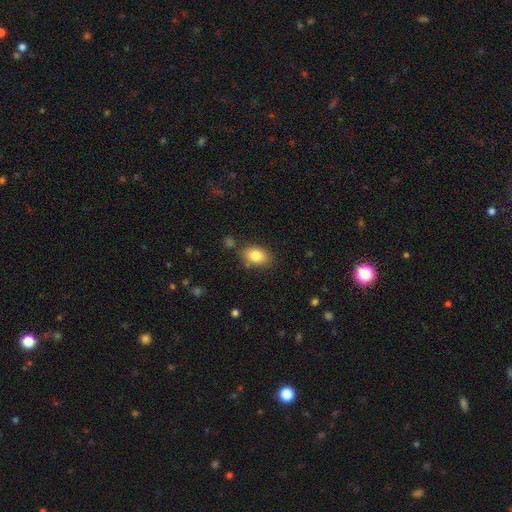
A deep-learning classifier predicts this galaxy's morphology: Q: Smooth or featured?
A: smooth (83%); runner-up: featured or disk (8%)
Q: How rounded?
A: in between (84%); runner-up: round (15%)
Q: Merging?
A: none (78%); runner-up: minor disturbance (14%)